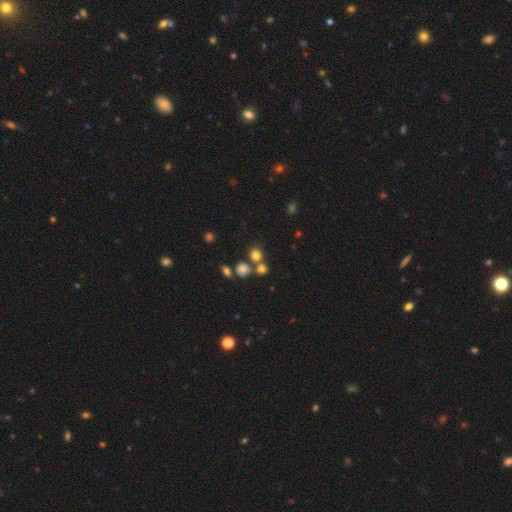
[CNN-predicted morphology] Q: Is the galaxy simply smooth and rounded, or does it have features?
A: smooth — 75%.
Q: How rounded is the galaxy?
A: round — 85%.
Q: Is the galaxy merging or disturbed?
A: none — 60%.